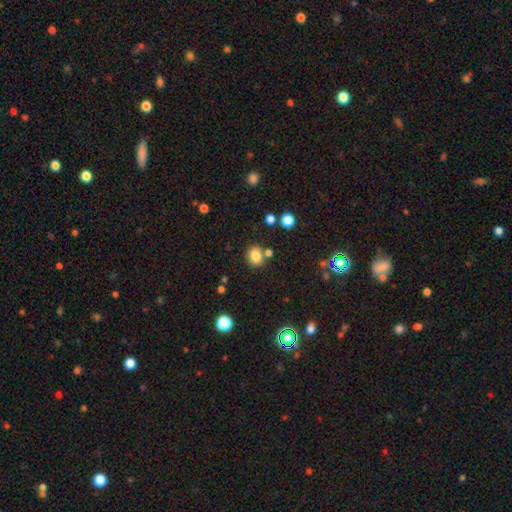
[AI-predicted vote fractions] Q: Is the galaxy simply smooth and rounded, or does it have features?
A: smooth — 82%.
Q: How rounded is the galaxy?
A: round — 72%.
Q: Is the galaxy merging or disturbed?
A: none — 76%.